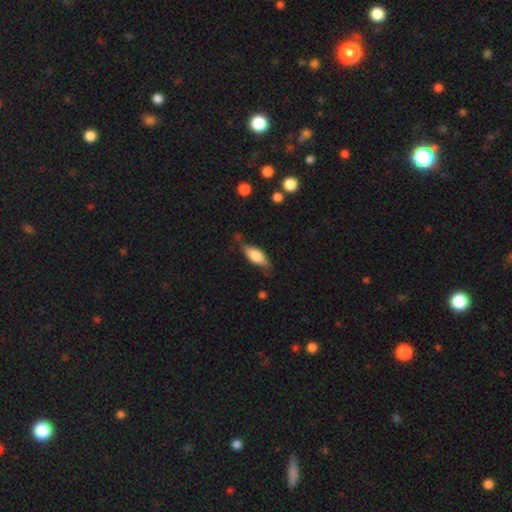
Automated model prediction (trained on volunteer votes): Smooth or featured? smooth (73%)
How rounded? in between (75%)
Merging? none (66%)